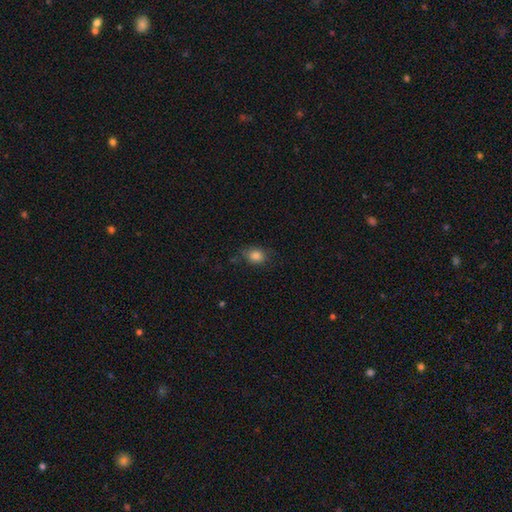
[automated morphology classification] smooth-or-featured: smooth: 85% | star or artifact: 10% | featured or disk: 5%
  how-rounded: in between: 53% | round: 46% | cigar-shaped: 1%
  merging: none: 74% | minor disturbance: 19% | major disturbance: 5% | merger: 2%